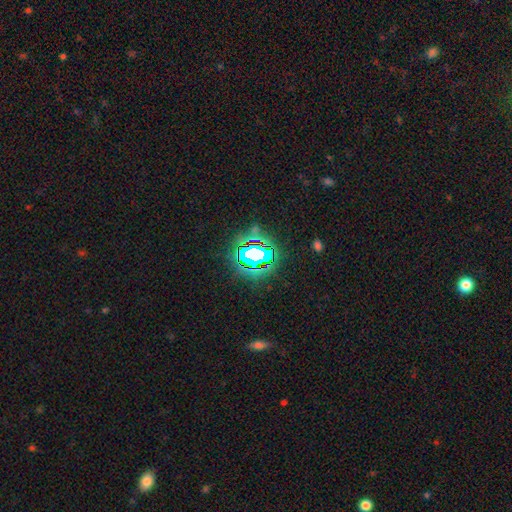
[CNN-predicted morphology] Smooth or featured? star or artifact (65%)